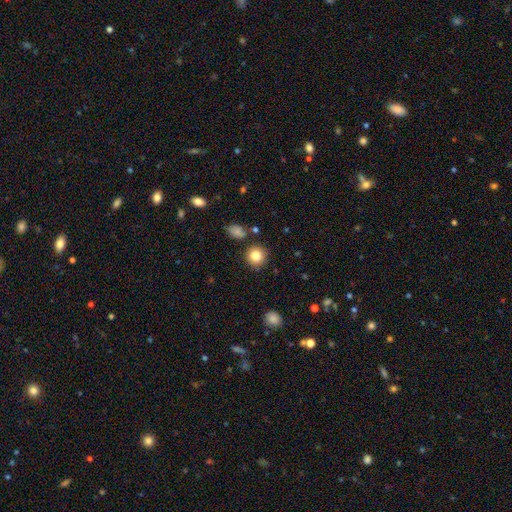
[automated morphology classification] Smooth or featured?
  - smooth: 84% *
  - star or artifact: 10%
  - featured or disk: 6%
How rounded?
  - round: 92% *
  - in between: 7%
  - cigar-shaped: 1%
Merging?
  - none: 87% *
  - minor disturbance: 8%
  - merger: 3%
  - major disturbance: 2%